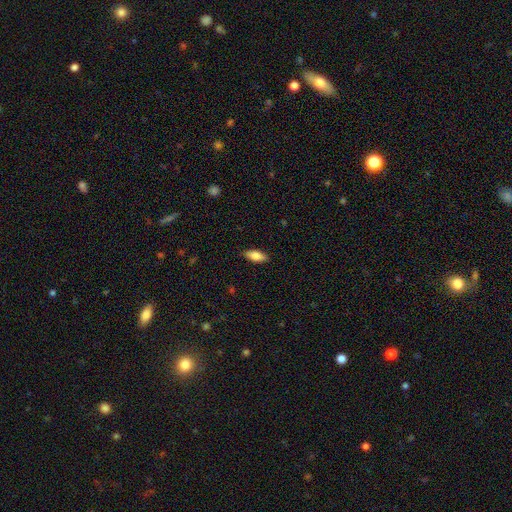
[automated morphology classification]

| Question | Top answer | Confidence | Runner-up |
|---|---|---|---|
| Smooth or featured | smooth | 79% | featured or disk (14%) |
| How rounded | in between | 81% | cigar-shaped (16%) |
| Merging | none | 87% | minor disturbance (10%) |